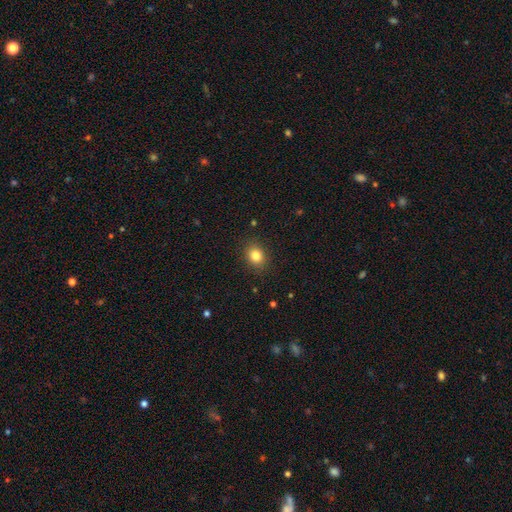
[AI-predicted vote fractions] Smooth or featured? smooth (83%)
How rounded? round (55%)
Merging? none (88%)